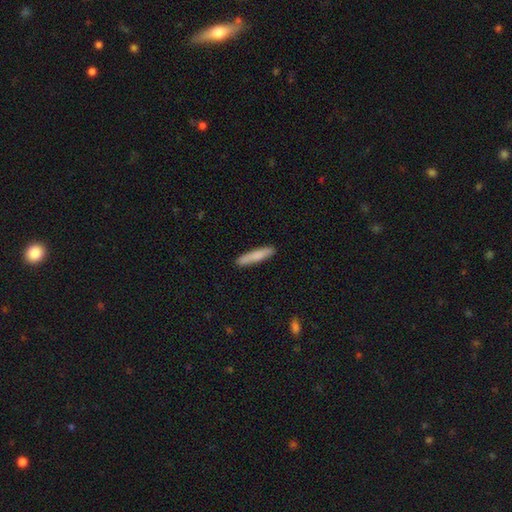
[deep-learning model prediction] Smooth or featured? Predicted: smooth (p=0.79). How rounded? Predicted: cigar-shaped (p=0.90). Merging? Predicted: none (p=0.89).